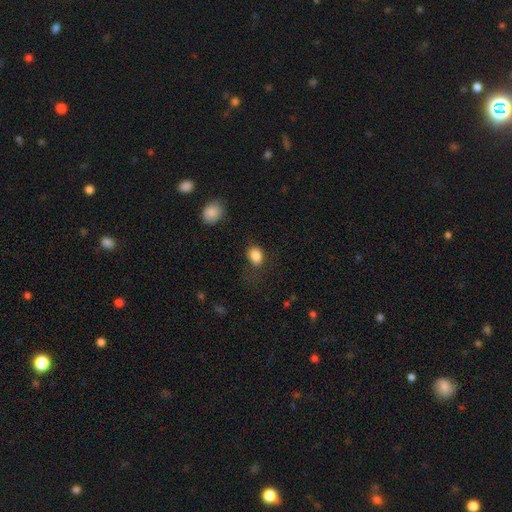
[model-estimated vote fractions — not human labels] A smooth galaxy with no disk features (85%) that is in between round and cigar-shaped (69%).

Vote fractions:
- Smooth or featured? smooth: 85% / star or artifact: 9% / featured or disk: 6%
- How rounded? in between: 69% / round: 30% / cigar-shaped: 1%
- Merging? none: 64% / minor disturbance: 22% / major disturbance: 12% / merger: 2%